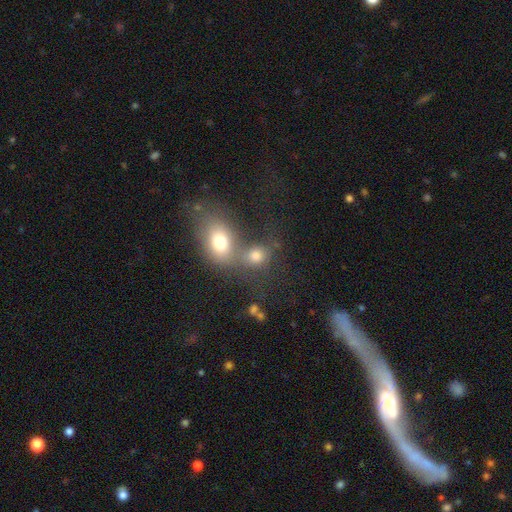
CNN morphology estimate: Smooth or featured?
  - smooth: 75% *
  - star or artifact: 14%
  - featured or disk: 12%
How rounded?
  - round: 56% *
  - in between: 42%
  - cigar-shaped: 2%
Merging?
  - merger: 56% *
  - none: 31%
  - minor disturbance: 8%
  - major disturbance: 6%